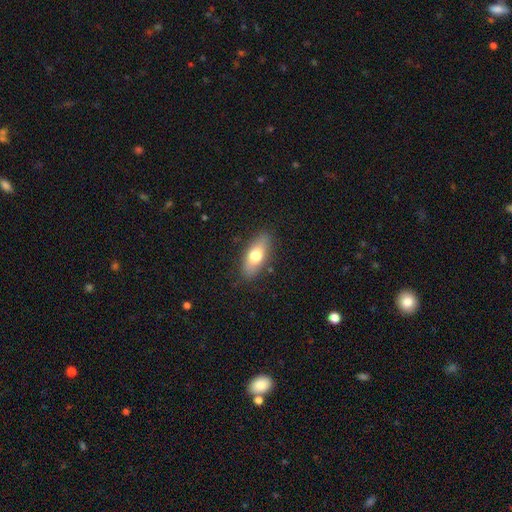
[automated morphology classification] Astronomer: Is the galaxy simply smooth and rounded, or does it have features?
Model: smooth — 67%.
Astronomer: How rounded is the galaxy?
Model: in between — 76%.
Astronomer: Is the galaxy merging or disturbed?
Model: none — 85%.